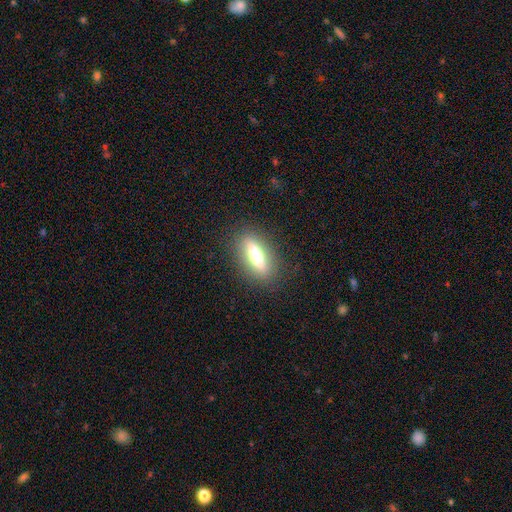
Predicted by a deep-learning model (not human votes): Overall: smooth (49%; featured or disk 42%). Merging: none (86%).